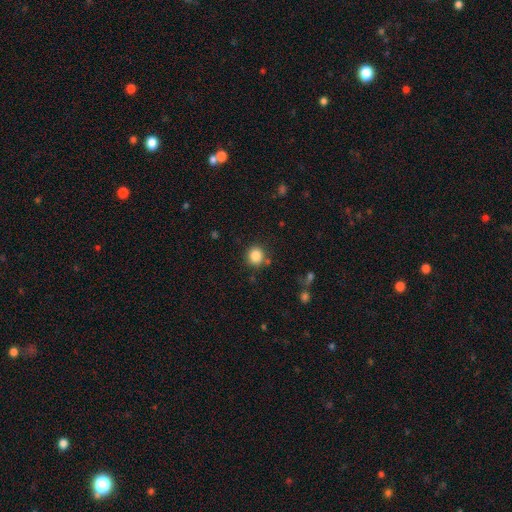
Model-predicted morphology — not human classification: Smooth or featured? smooth (86%)
How rounded? round (86%)
Merging? none (83%)